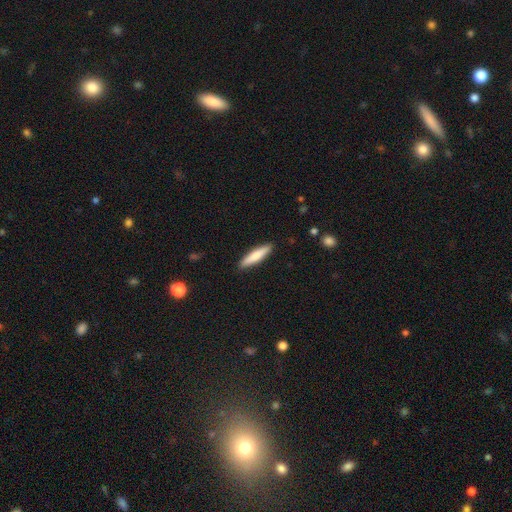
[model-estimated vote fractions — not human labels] Smooth or featured? Predicted: smooth (p=0.75). How rounded? Predicted: cigar-shaped (p=0.83). Merging? Predicted: none (p=0.90).